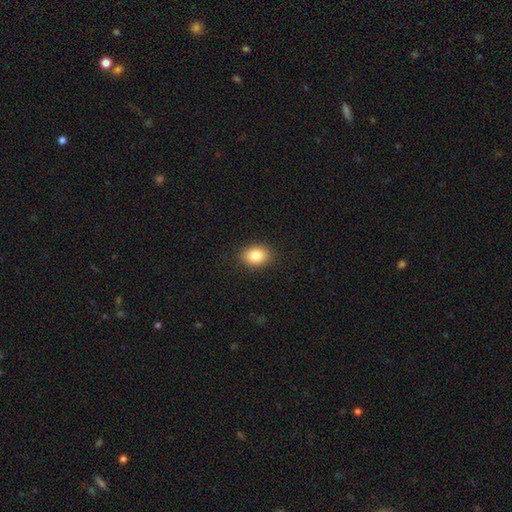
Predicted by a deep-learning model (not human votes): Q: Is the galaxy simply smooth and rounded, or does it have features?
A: smooth — 84%.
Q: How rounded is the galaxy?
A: in between — 65%.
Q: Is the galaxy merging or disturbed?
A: none — 89%.